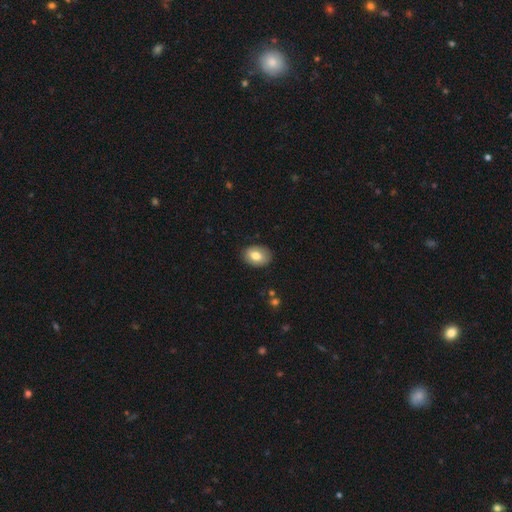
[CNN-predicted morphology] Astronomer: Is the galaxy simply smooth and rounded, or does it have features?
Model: smooth — 76%.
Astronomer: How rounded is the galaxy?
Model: in between — 76%.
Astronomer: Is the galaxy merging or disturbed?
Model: none — 87%.